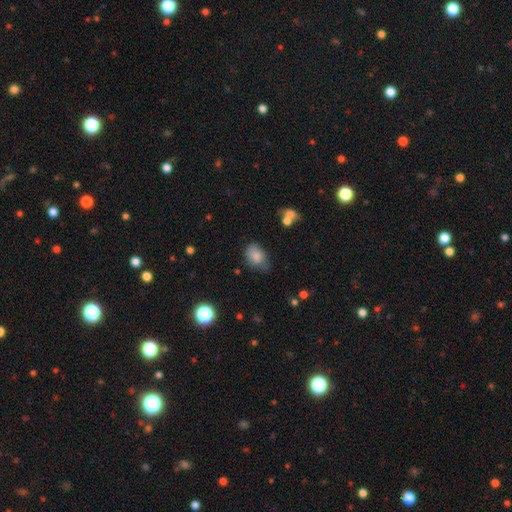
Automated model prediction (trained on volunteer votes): smooth 81%, featured or disk 10%, star or artifact 9%. Down the decision tree: how rounded — in between (74%); merging — none (53%).